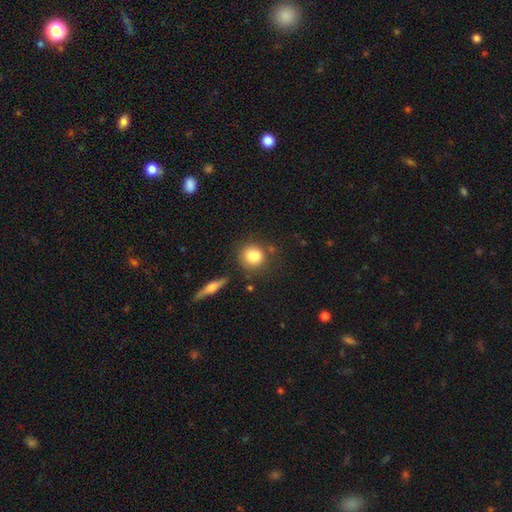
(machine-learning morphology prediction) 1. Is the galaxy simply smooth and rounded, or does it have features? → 83% smooth, 9% star or artifact, 8% featured or disk.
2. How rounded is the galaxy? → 80% round, 19% in between, 2% cigar-shaped.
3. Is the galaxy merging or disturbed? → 74% none, 14% minor disturbance, 7% merger, 4% major disturbance.